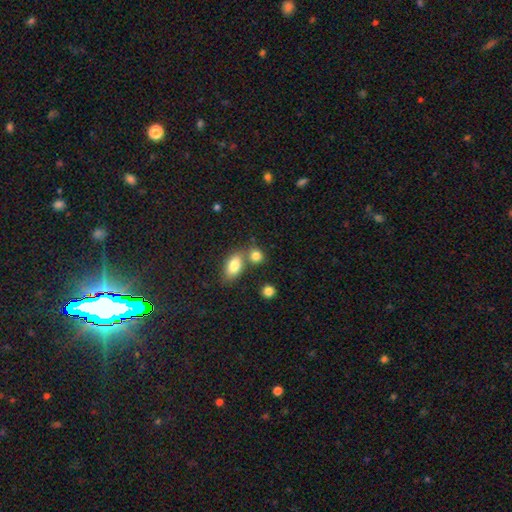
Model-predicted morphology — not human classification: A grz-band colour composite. It shows a smooth galaxy with no disk features (82%) that is round (50%). Merging: none (53%).